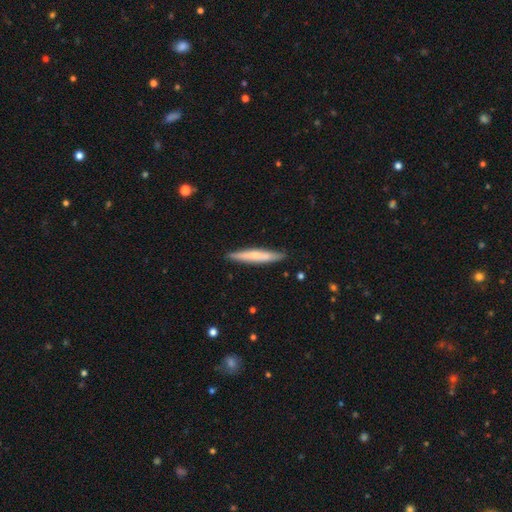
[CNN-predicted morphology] This appears to be a smooth galaxy with no disk features (59%) that is cigar-shaped (94%). Merging: none (89%).